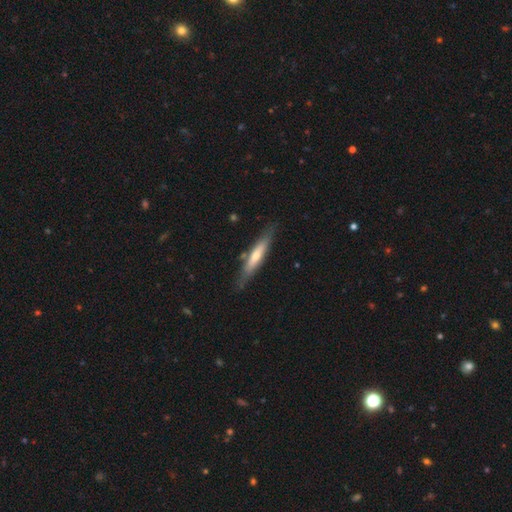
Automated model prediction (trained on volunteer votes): Morphology: type=featured or disk (54%); edge-on=yes (88%); merging=none (83%).